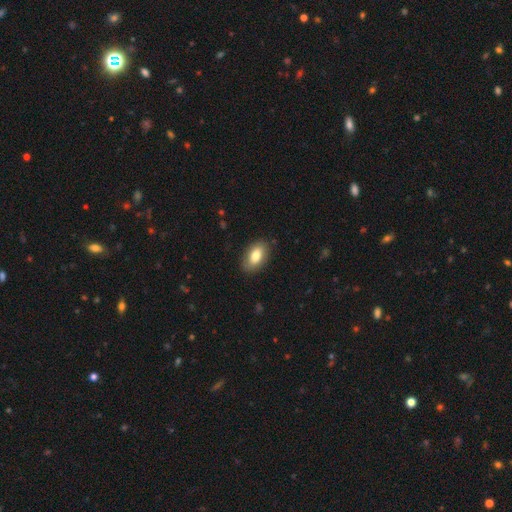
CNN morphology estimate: smooth_or_featured: smooth (p=0.80) [alt: featured or disk p=0.13]
how_rounded: in between (p=0.92) [alt: round p=0.06]
merging: none (p=0.85) [alt: minor disturbance p=0.11]